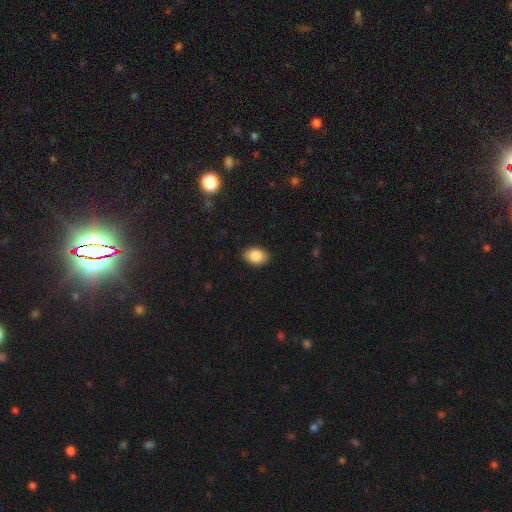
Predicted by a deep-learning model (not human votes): Smooth or featured: smooth — 86% (star or artifact — 8%)
How rounded: in between — 79% (round — 20%)
Merging: none — 89% (minor disturbance — 8%)